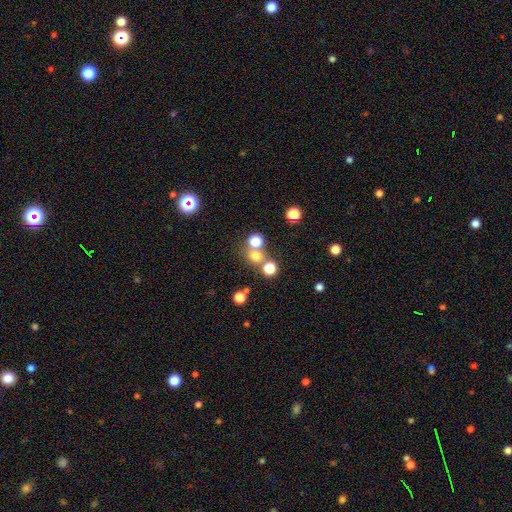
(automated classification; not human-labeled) Smooth or featured: smooth — 67% (star or artifact — 23%)
How rounded: round — 86% (in between — 13%)
Merging: none — 61% (merger — 28%)